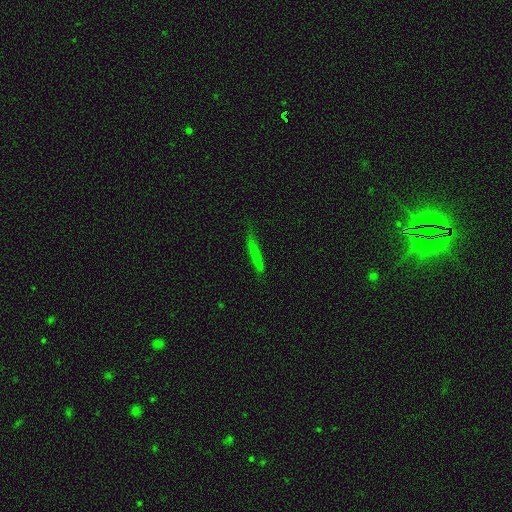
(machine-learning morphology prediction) Smooth or featured? Predicted: smooth (p=0.65). How rounded? Predicted: cigar-shaped (p=0.94). Merging? Predicted: none (p=0.79).